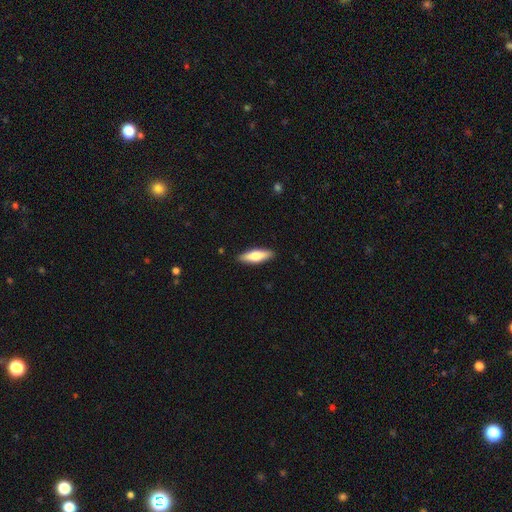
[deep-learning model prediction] Q: Smooth or featured?
A: smooth (60%); runner-up: featured or disk (35%)
Q: How rounded?
A: cigar-shaped (55%); runner-up: in between (43%)
Q: Merging?
A: none (89%); runner-up: minor disturbance (8%)